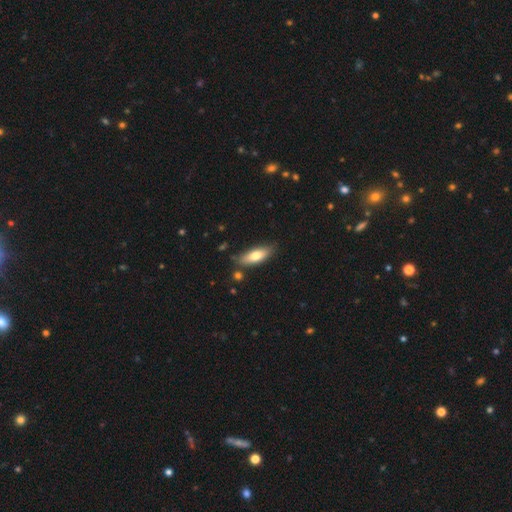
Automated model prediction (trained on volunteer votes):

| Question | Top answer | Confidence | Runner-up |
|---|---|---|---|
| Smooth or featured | smooth | 72% | featured or disk (22%) |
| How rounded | in between | 63% | cigar-shaped (35%) |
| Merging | none | 78% | minor disturbance (15%) |